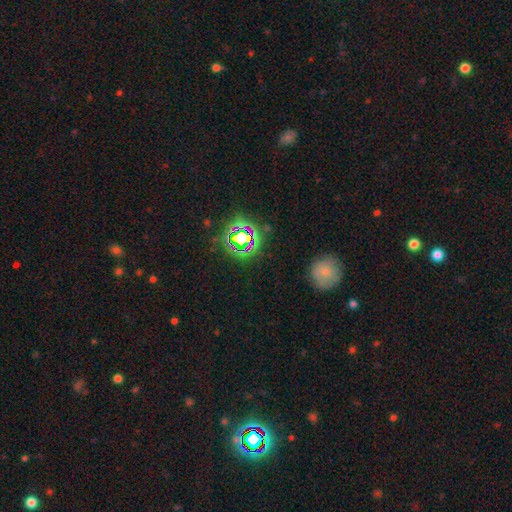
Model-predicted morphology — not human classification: smooth-or-featured: star or artifact: 71% | smooth: 20% | featured or disk: 9%